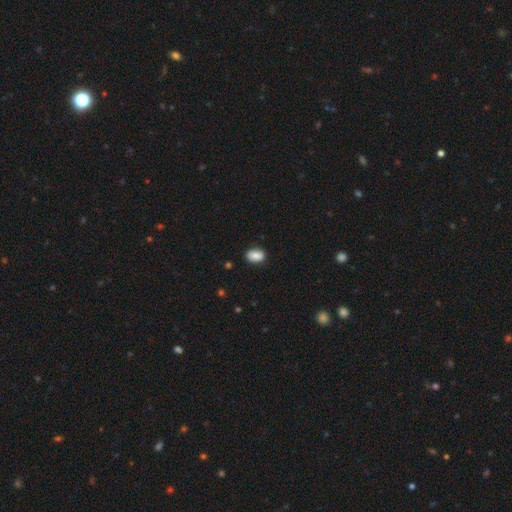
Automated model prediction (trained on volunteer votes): Q: Smooth or featured?
A: smooth (87%); runner-up: star or artifact (8%)
Q: How rounded?
A: in between (84%); runner-up: round (15%)
Q: Merging?
A: none (83%); runner-up: minor disturbance (13%)